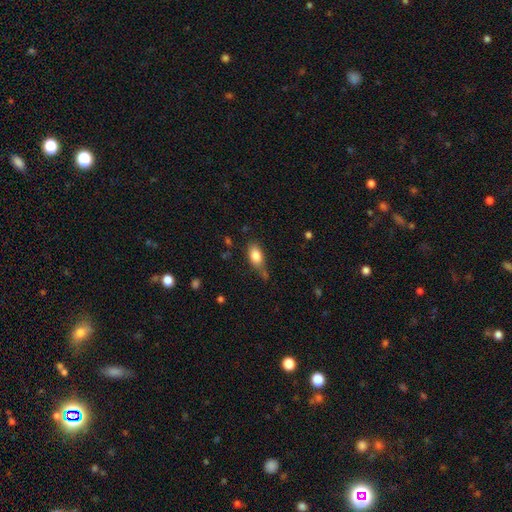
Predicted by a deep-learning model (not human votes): smooth-or-featured: smooth: 82% | featured or disk: 10% | star or artifact: 8%
  how-rounded: in between: 88% | round: 7% | cigar-shaped: 5%
  merging: none: 57% | minor disturbance: 27% | merger: 8% | major disturbance: 8%